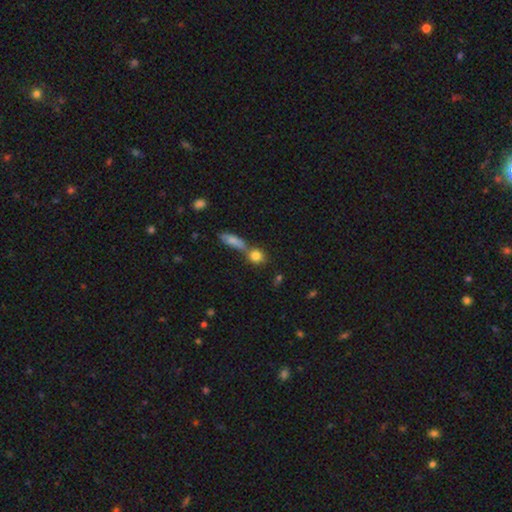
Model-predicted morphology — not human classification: smooth 80%, star or artifact 10%, featured or disk 9%. Down the decision tree: how rounded — round (72%); merging — none (53%).